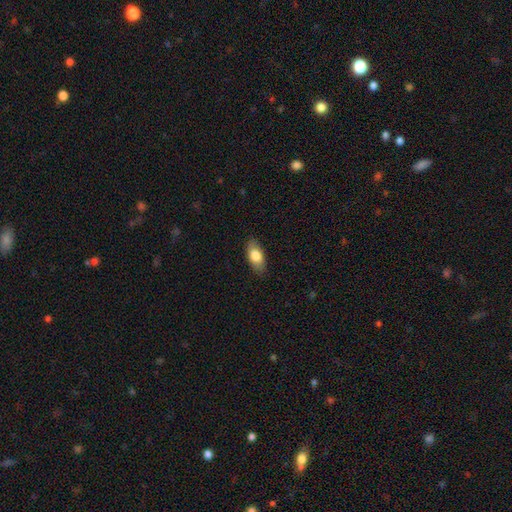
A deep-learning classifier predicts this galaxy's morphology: This appears to be a smooth galaxy with no disk features (78%) that is in between round and cigar-shaped (88%). Merging: none (85%).